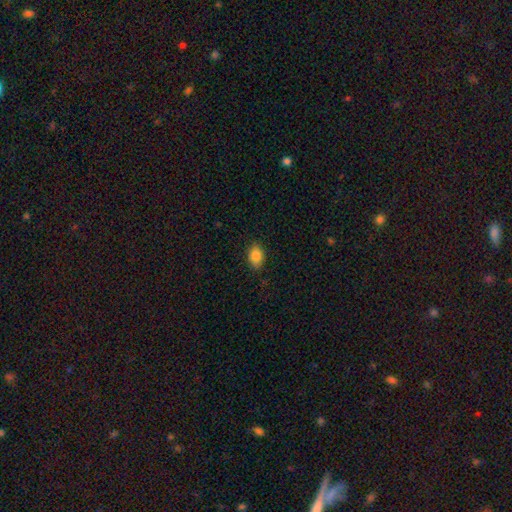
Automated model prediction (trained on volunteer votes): Overall: smooth (86%). How rounded: in between (85%). Merging: none (86%).